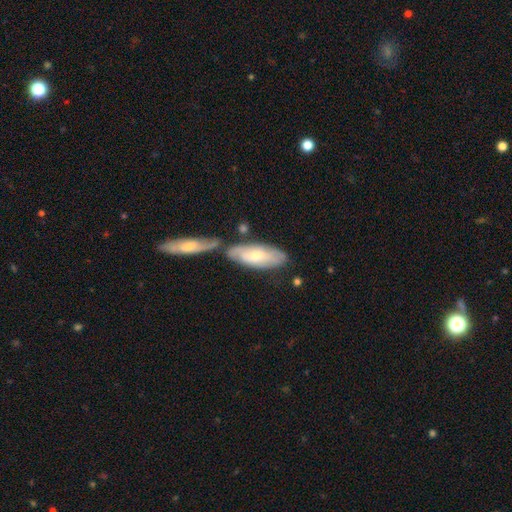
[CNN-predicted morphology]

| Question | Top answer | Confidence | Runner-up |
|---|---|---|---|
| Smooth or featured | smooth | 51% | featured or disk (43%) |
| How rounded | in between | 74% | cigar-shaped (24%) |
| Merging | none | 51% | merger (27%) |